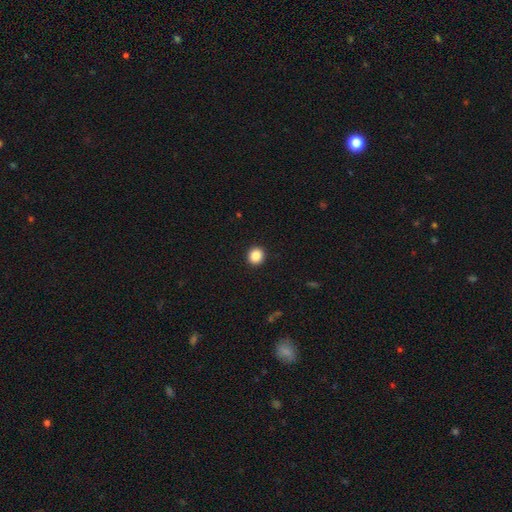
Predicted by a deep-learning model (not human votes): smooth 87%, star or artifact 9%, featured or disk 4%. Down the decision tree: how rounded — round (85%); merging — none (93%).